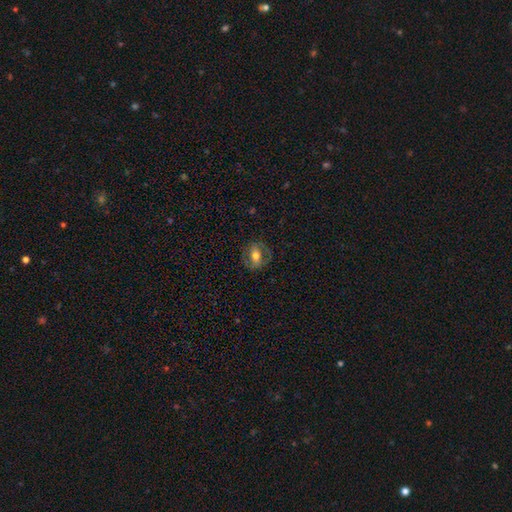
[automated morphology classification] The model was most divided on "smooth or featured": featured or disk: 46%, smooth: 45%, star or artifact: 9%. More confident: merging — none (76%).